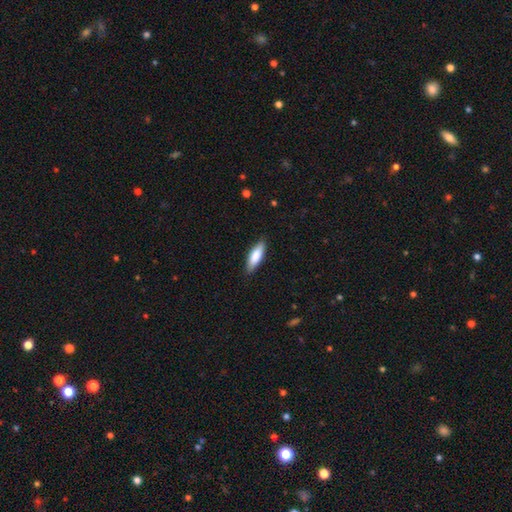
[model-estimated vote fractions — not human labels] smooth 79%, featured or disk 16%, star or artifact 5%. Down the decision tree: how rounded — in between (51%); merging — none (86%).